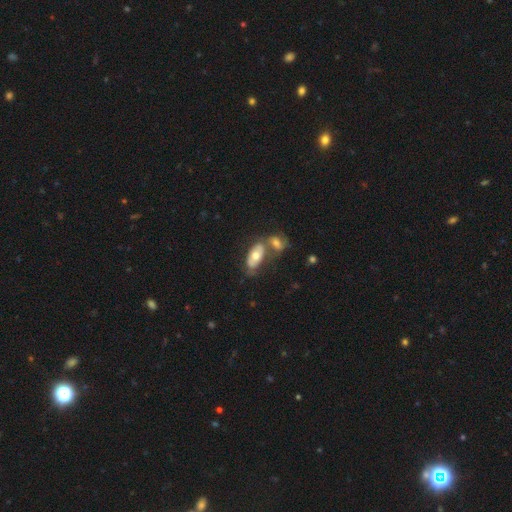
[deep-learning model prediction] A smooth galaxy with no disk features (57%) that is in between round and cigar-shaped (89%).

Vote fractions:
- Smooth or featured? smooth: 57% / featured or disk: 37% / star or artifact: 7%
- How rounded? in between: 89% / cigar-shaped: 7% / round: 4%
- Merging? merger: 44% / none: 36% / minor disturbance: 14% / major disturbance: 6%